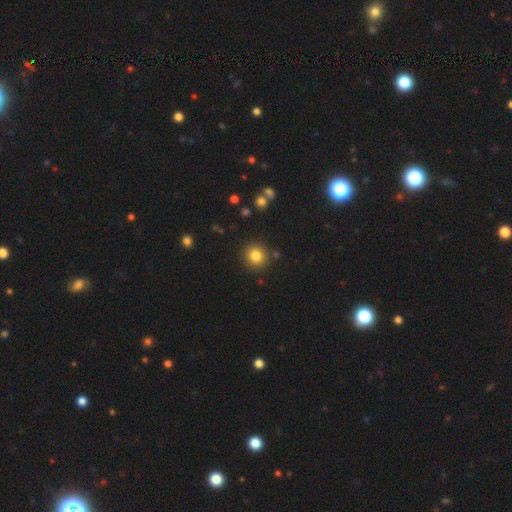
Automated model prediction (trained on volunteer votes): A smooth galaxy with no disk features (83%) that is round (91%).

Vote fractions:
- Smooth or featured? smooth: 83% / star or artifact: 11% / featured or disk: 6%
- How rounded? round: 91% / in between: 8% / cigar-shaped: 1%
- Merging? none: 87% / minor disturbance: 7% / merger: 3% / major disturbance: 3%